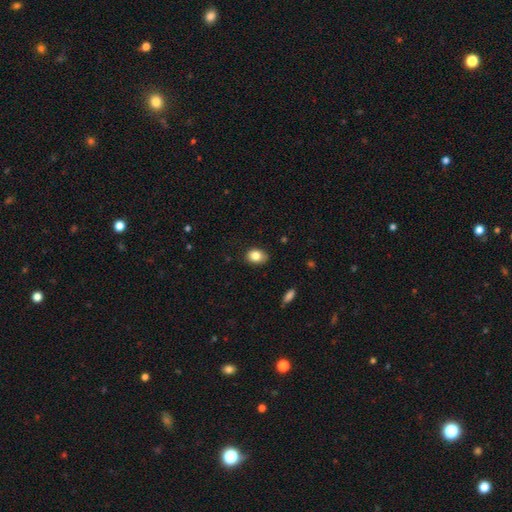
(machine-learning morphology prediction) Overall: smooth (83%). How rounded: in between (67%; round 32%). Merging: none (78%).